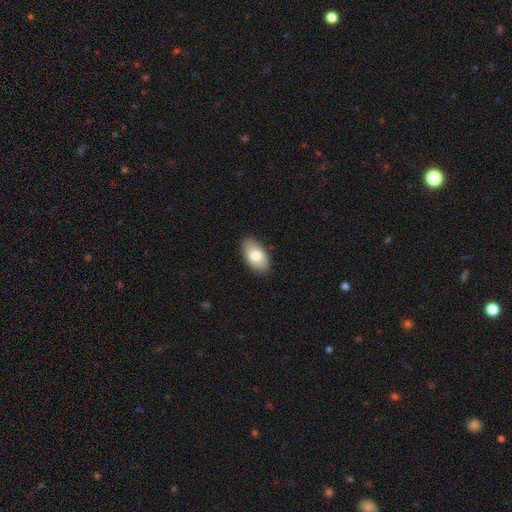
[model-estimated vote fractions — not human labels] This appears to be a smooth galaxy with no disk features (79%) that is in between round and cigar-shaped (94%). Merging: none (87%).